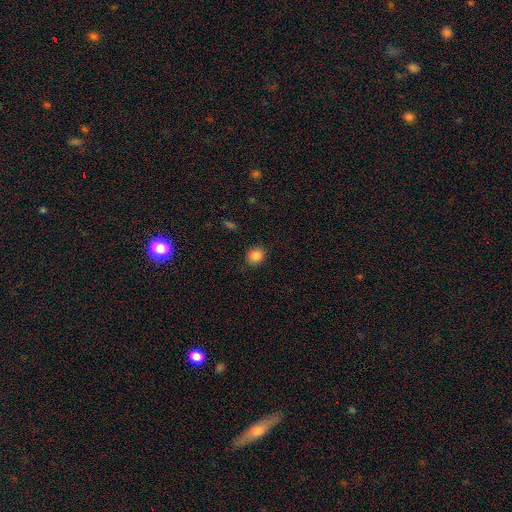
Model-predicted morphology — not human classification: A smooth galaxy with no disk features (86%) that is round (72%). Merging: none (86%).